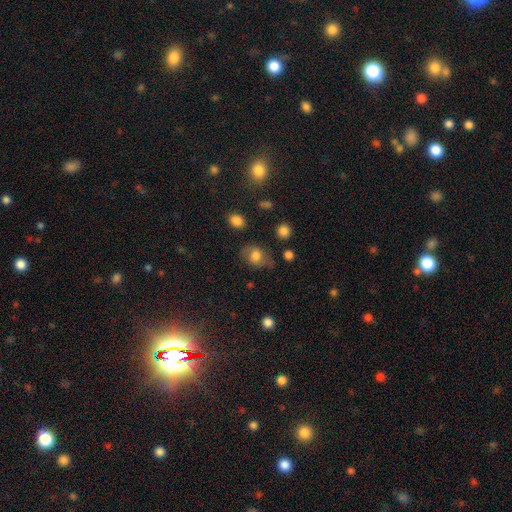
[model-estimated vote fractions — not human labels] This appears to be a smooth galaxy with no disk features (72%) that is in between round and cigar-shaped (55%). Merging: none (63%).